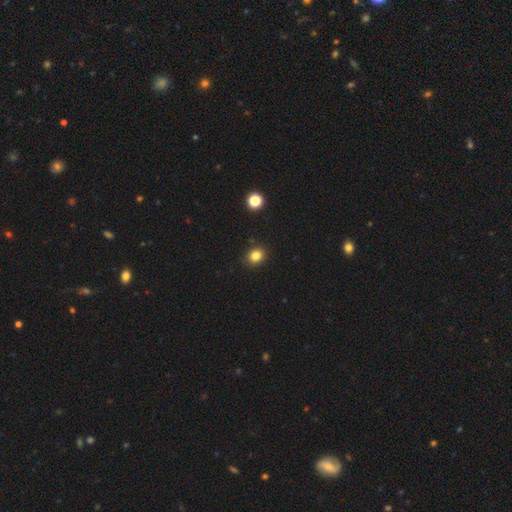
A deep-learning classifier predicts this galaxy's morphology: A smooth galaxy with no disk features (83%) that is round (66%). Merging: none (88%).